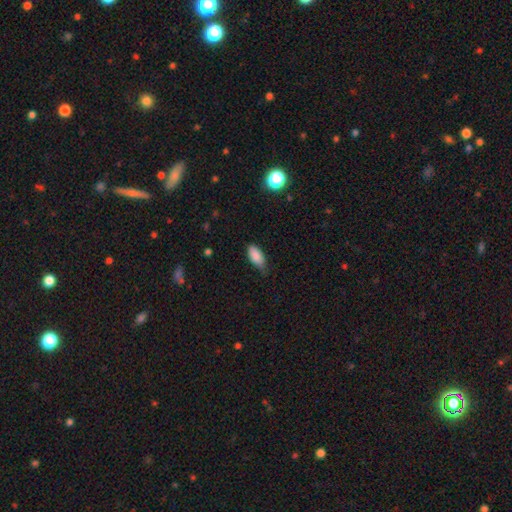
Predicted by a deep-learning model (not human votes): A smooth galaxy with no disk features (86%) that is in between round and cigar-shaped (89%). Merging: none (63%).